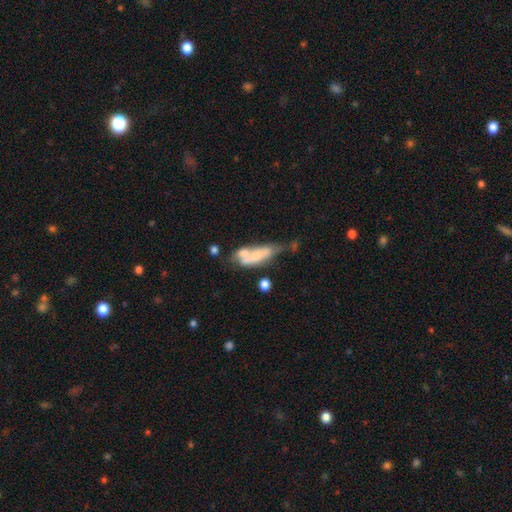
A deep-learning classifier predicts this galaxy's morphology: A smooth galaxy with no disk features (49%). Merging: merger (42%).